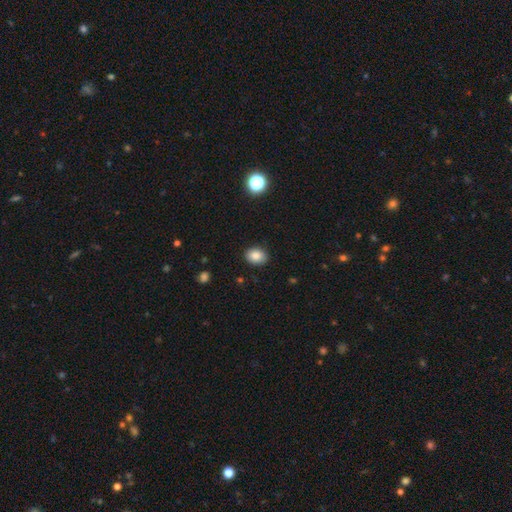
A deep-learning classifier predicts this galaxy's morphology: smooth-or-featured: smooth: 85% | star or artifact: 10% | featured or disk: 5%
  how-rounded: in between: 58% | round: 41% | cigar-shaped: 1%
  merging: none: 88% | minor disturbance: 9% | major disturbance: 2% | merger: 1%